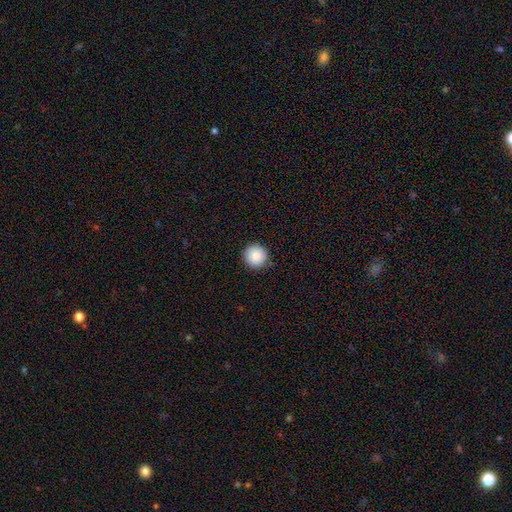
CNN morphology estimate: A smooth galaxy with no disk features (88%) that is round (96%).

Vote fractions:
- Smooth or featured? smooth: 88% / star or artifact: 8% / featured or disk: 4%
- How rounded? round: 96% / in between: 3% / cigar-shaped: 1%
- Merging? none: 92% / minor disturbance: 5% / major disturbance: 2% / merger: 1%